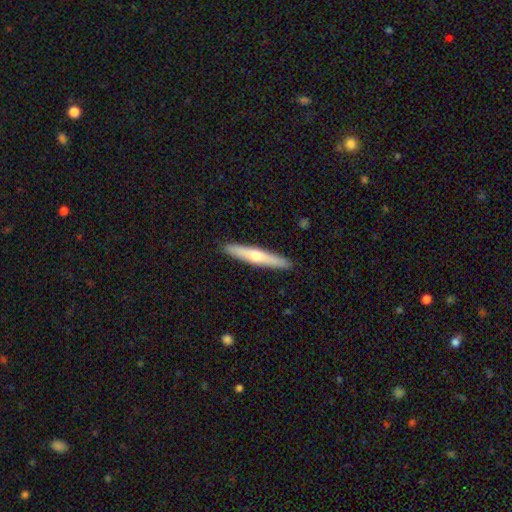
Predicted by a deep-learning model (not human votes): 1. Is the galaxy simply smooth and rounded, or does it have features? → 50% featured or disk, 45% smooth, 5% star or artifact.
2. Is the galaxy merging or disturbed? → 92% none, 6% minor disturbance, 1% major disturbance, 1% merger.